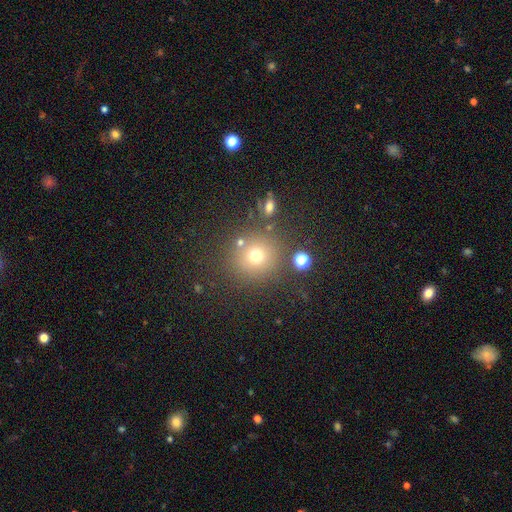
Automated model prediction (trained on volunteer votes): A smooth galaxy with no disk features (70%) that is round (91%). Merging: none (79%).